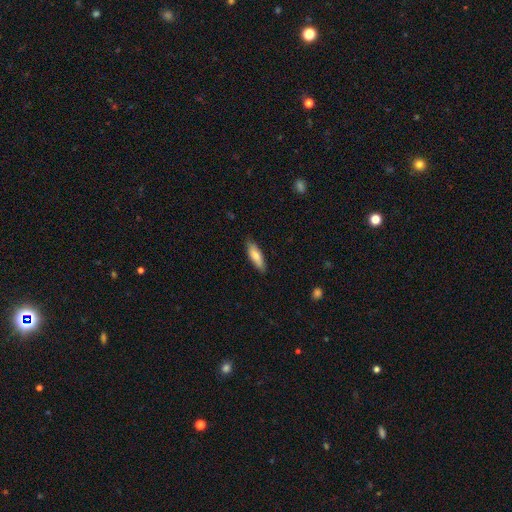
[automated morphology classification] smooth-or-featured: smooth: 75% | featured or disk: 19% | star or artifact: 6%
  how-rounded: cigar-shaped: 52% | in between: 46% | round: 2%
  merging: none: 86% | minor disturbance: 11% | major disturbance: 2% | merger: 1%